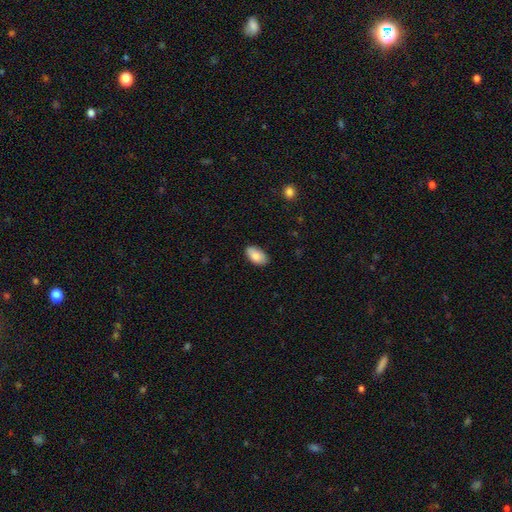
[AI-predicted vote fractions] Smooth or featured: smooth — 85% (featured or disk — 8%)
How rounded: in between — 95% (round — 3%)
Merging: none — 83% (minor disturbance — 13%)